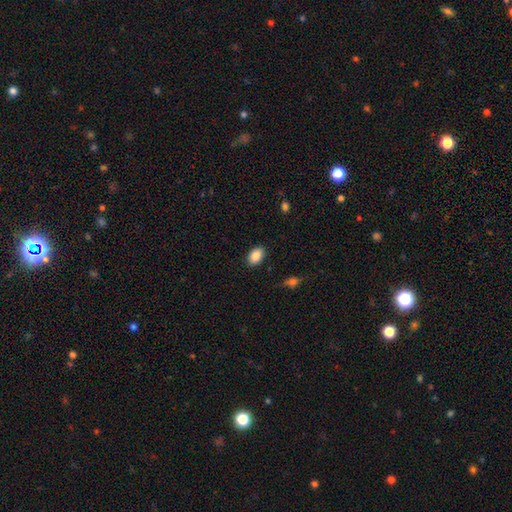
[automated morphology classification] This is clearly a smooth galaxy (89%). How rounded: clearly in between (88%). Merging: clearly none (87%).